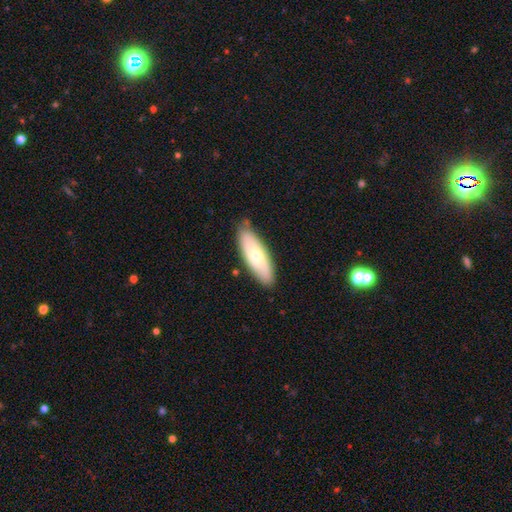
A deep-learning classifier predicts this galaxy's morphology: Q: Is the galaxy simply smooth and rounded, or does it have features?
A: smooth — 64%.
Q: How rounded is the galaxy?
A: in between — 59%.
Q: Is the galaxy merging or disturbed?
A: none — 78%.